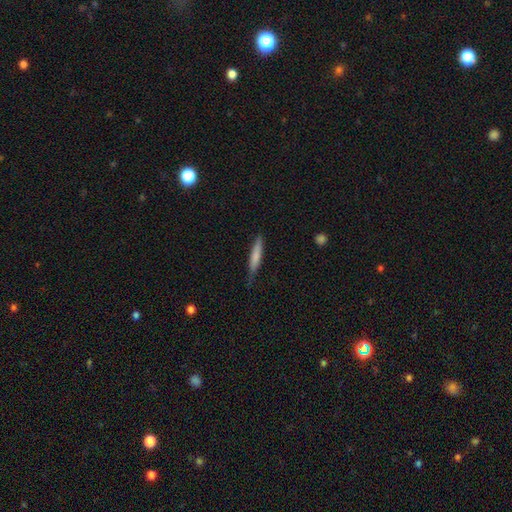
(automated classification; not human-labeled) Smooth or featured? Predicted: smooth (p=0.72). How rounded? Predicted: cigar-shaped (p=0.90). Merging? Predicted: none (p=0.73).